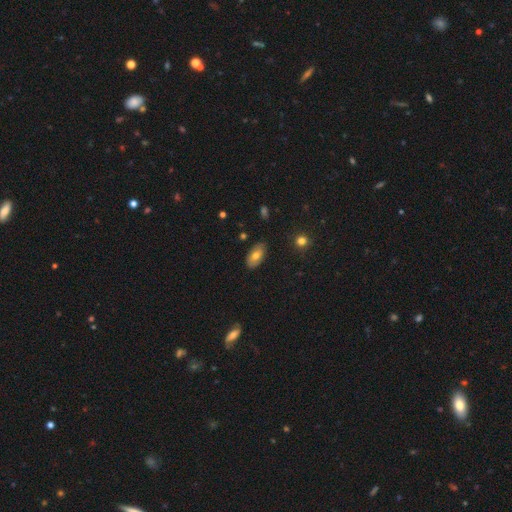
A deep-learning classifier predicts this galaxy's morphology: smooth 69%, featured or disk 23%, star or artifact 8%. Down the decision tree: how rounded — in between (93%); merging — none (84%).